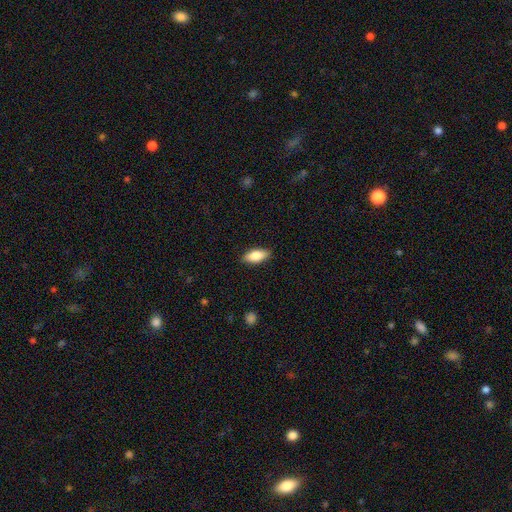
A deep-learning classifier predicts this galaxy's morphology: Smooth or featured? smooth (81%)
How rounded? in between (84%)
Merging? none (87%)